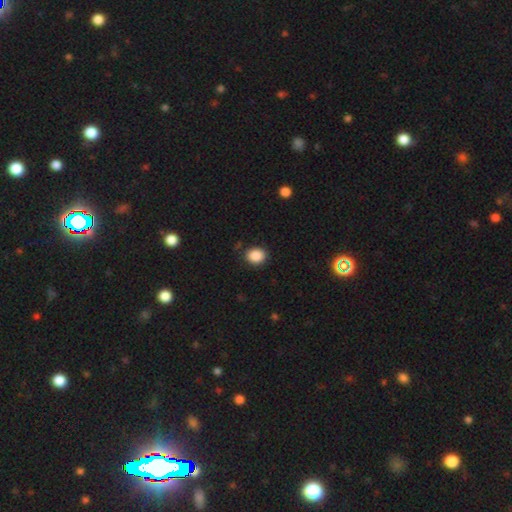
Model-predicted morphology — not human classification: Smooth or featured? smooth (88%)
How rounded? round (58%)
Merging? none (87%)